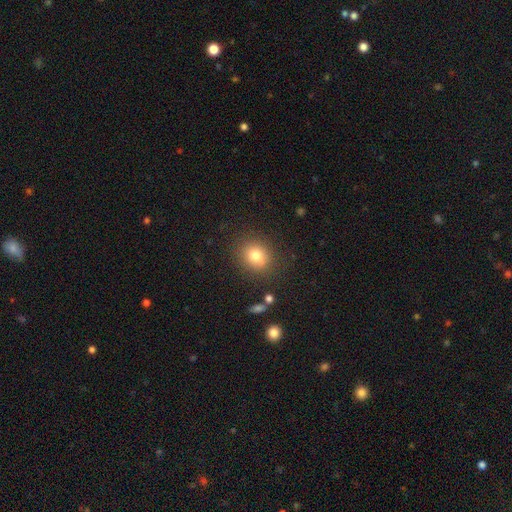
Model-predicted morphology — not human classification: This appears to be a smooth galaxy with no disk features (79%) that is round (76%). Merging: none (83%).